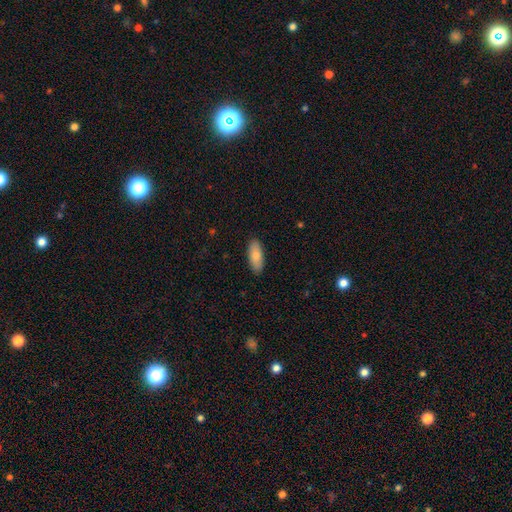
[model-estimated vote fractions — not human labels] A smooth galaxy with no disk features (83%) that is in between round and cigar-shaped (82%).

Vote fractions:
- Smooth or featured? smooth: 83% / featured or disk: 11% / star or artifact: 6%
- How rounded? in between: 82% / cigar-shaped: 16% / round: 2%
- Merging? none: 89% / minor disturbance: 9% / major disturbance: 2% / merger: 1%